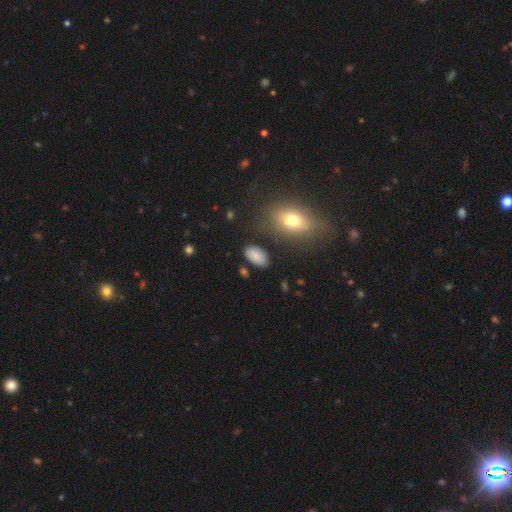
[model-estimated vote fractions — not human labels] smooth-or-featured: smooth: 83% | star or artifact: 9% | featured or disk: 8%
  how-rounded: in between: 94% | round: 4% | cigar-shaped: 2%
  merging: none: 81% | minor disturbance: 12% | major disturbance: 3% | merger: 3%